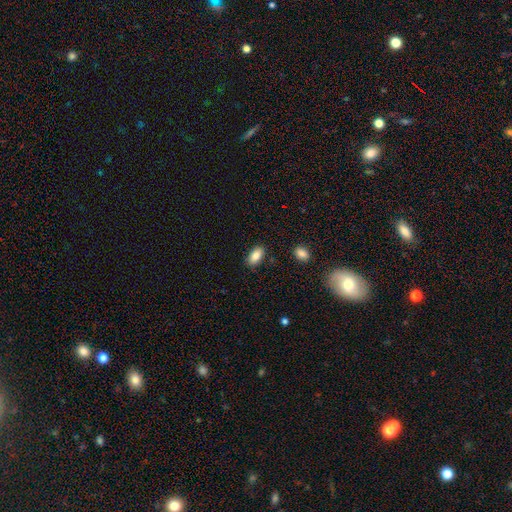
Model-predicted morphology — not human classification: smooth_or_featured: smooth (p=0.85) [alt: star or artifact p=0.08]
how_rounded: in between (p=0.92) [alt: round p=0.04]
merging: none (p=0.87) [alt: minor disturbance p=0.09]